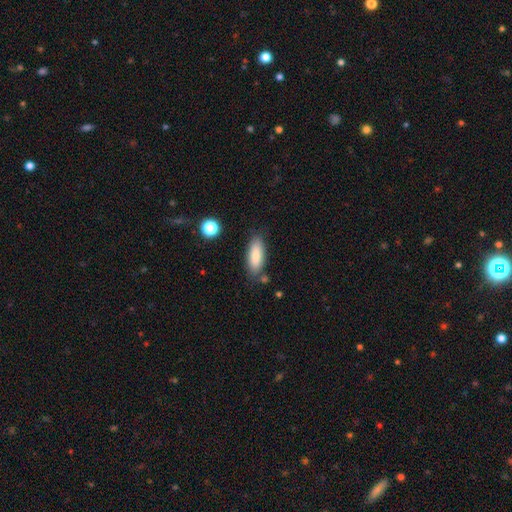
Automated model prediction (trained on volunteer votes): Smooth or featured? smooth (83%)
How rounded? in between (71%)
Merging? none (79%)